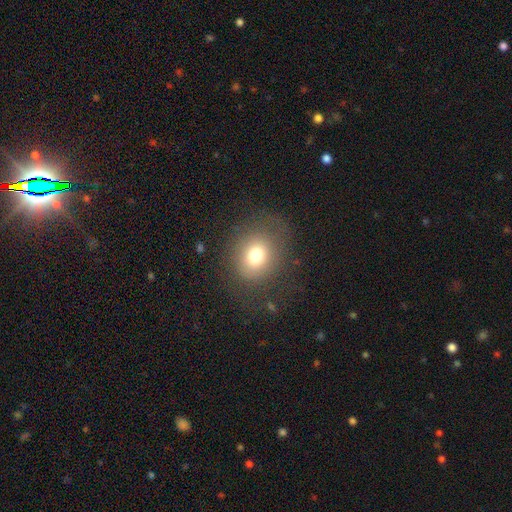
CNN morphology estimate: smooth_or_featured: smooth (p=0.74) [alt: star or artifact p=0.14]
how_rounded: round (p=0.71) [alt: in between p=0.28]
merging: none (p=0.76) [alt: minor disturbance p=0.13]